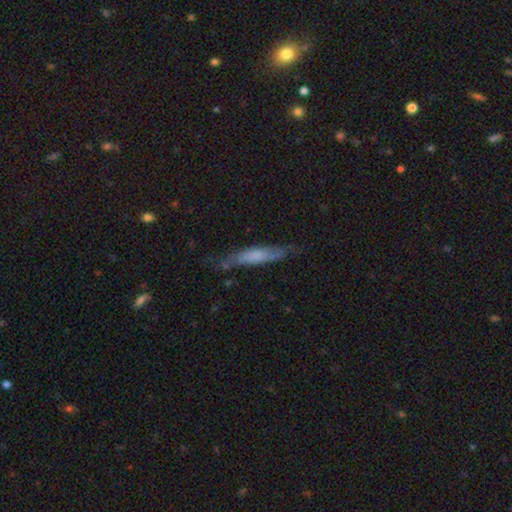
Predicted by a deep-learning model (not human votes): The model was most divided on "smooth or featured": smooth: 54%, featured or disk: 39%, star or artifact: 7%. More confident: how rounded — cigar-shaped (84%); merging — none (64%).